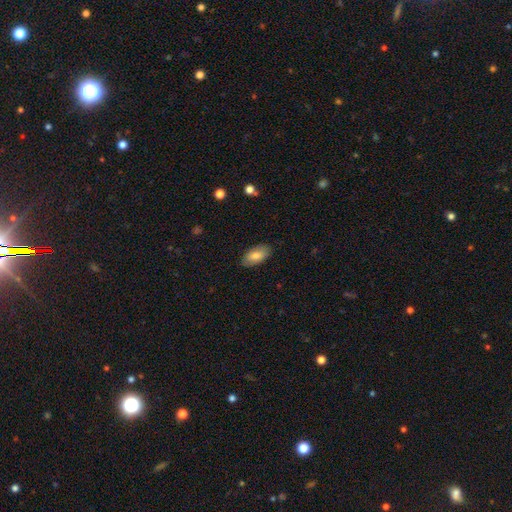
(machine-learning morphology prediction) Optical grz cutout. It shows a smooth galaxy with no disk features (80%) that is in between round and cigar-shaped (93%). Merging: none (85%).